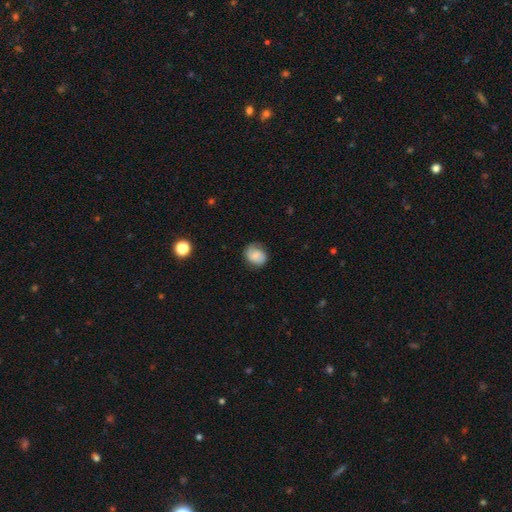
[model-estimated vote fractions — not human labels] This appears to be a smooth galaxy with no disk features (67%) that is round (57%). Merging: none (64%).